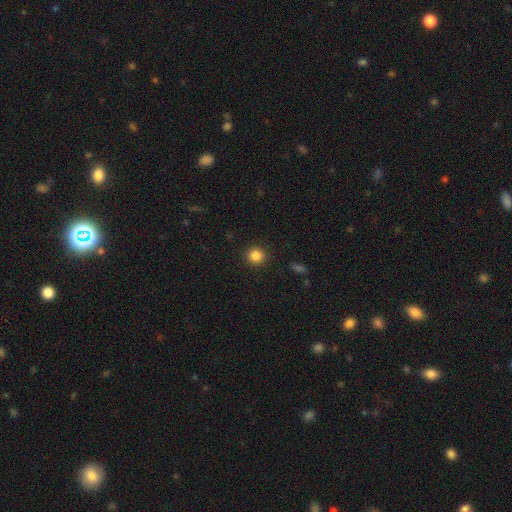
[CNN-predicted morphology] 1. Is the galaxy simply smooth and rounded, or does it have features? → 85% smooth, 11% star or artifact, 4% featured or disk.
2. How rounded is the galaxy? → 91% round, 8% in between, 1% cigar-shaped.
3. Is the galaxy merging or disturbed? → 92% none, 5% minor disturbance, 2% major disturbance, 1% merger.